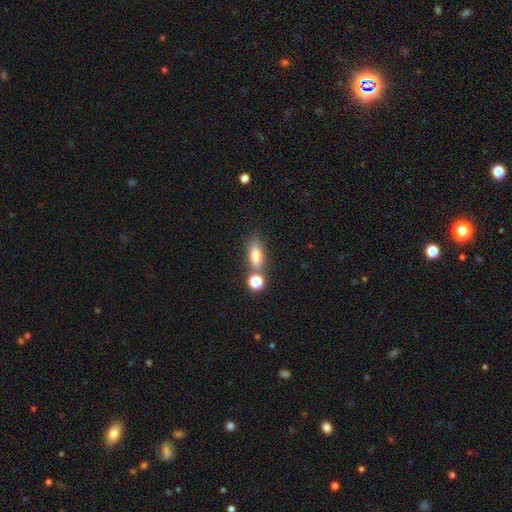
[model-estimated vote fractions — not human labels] A smooth galaxy with no disk features (72%) that is in between round and cigar-shaped (60%). Merging: none (64%).